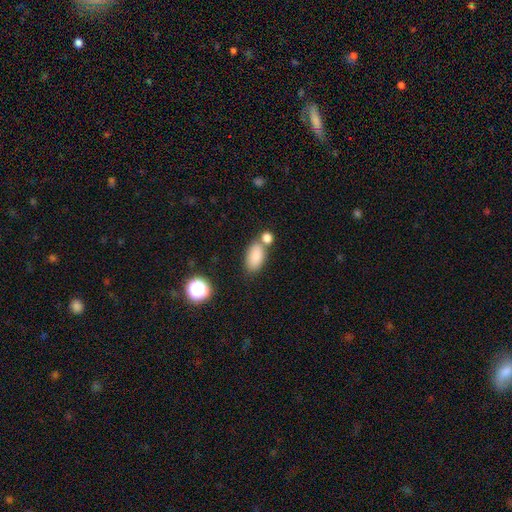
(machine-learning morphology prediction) Overall: smooth (84%). How rounded: in between (91%). Merging: none (55%; merger 27%).